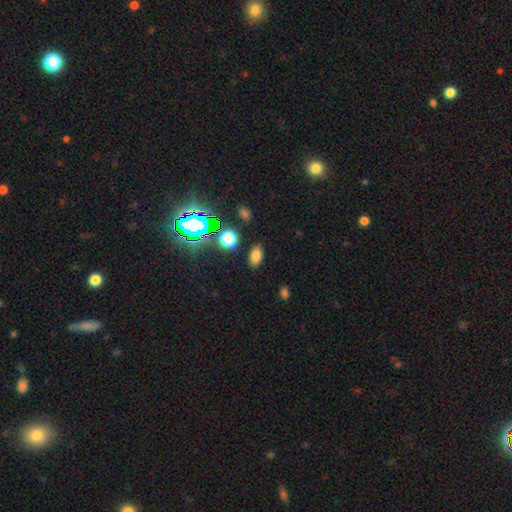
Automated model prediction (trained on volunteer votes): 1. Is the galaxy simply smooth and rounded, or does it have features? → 74% smooth, 19% star or artifact, 7% featured or disk.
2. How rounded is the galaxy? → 89% in between, 9% round, 2% cigar-shaped.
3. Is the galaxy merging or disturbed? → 86% none, 9% minor disturbance, 3% major disturbance, 2% merger.